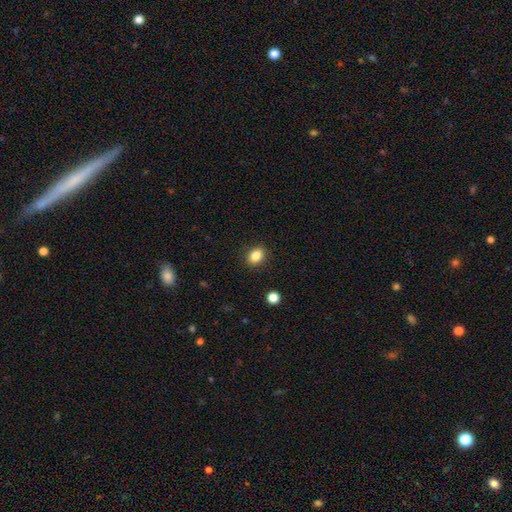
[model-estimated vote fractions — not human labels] A smooth galaxy with no disk features (85%) that is in between round and cigar-shaped (63%). Merging: none (88%).